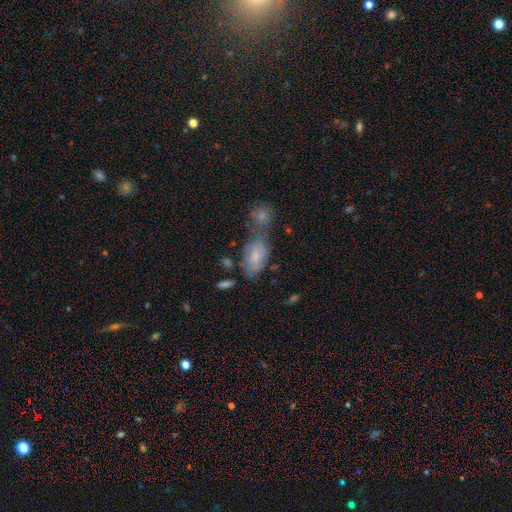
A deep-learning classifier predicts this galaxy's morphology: Q: Smooth or featured?
A: smooth (60%); runner-up: featured or disk (31%)
Q: How rounded?
A: in between (89%); runner-up: round (7%)
Q: Merging?
A: none (38%); runner-up: merger (35%)